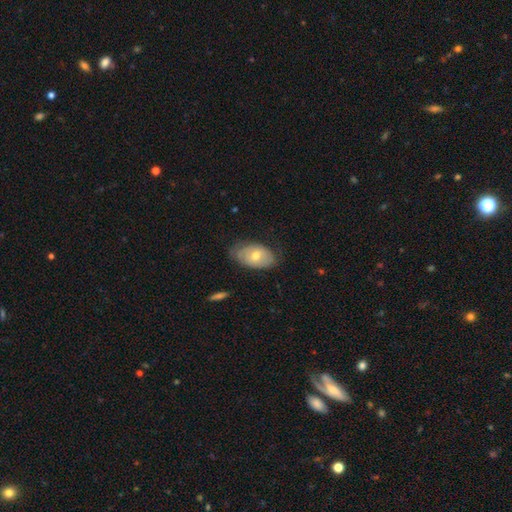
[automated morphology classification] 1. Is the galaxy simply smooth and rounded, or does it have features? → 54% smooth, 39% featured or disk, 7% star or artifact.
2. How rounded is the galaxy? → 91% in between, 7% round, 2% cigar-shaped.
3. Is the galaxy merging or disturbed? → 67% none, 26% minor disturbance, 6% major disturbance, 1% merger.